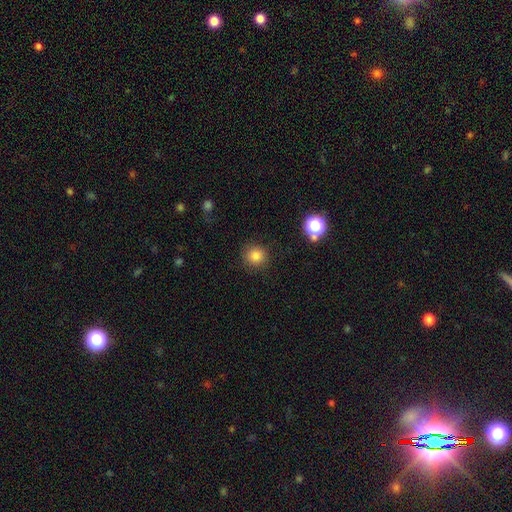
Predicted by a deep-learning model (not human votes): Morphology: type=smooth (82%); roundness=round (91%); merging=none (88%).